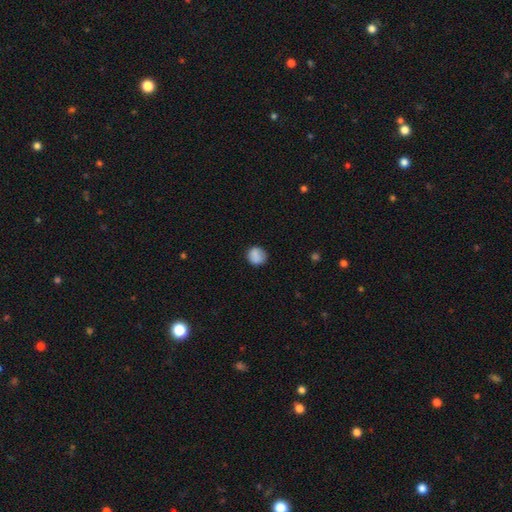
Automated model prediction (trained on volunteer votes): Q: Smooth or featured?
A: smooth (84%); runner-up: star or artifact (9%)
Q: How rounded?
A: round (84%); runner-up: in between (15%)
Q: Merging?
A: none (79%); runner-up: minor disturbance (15%)